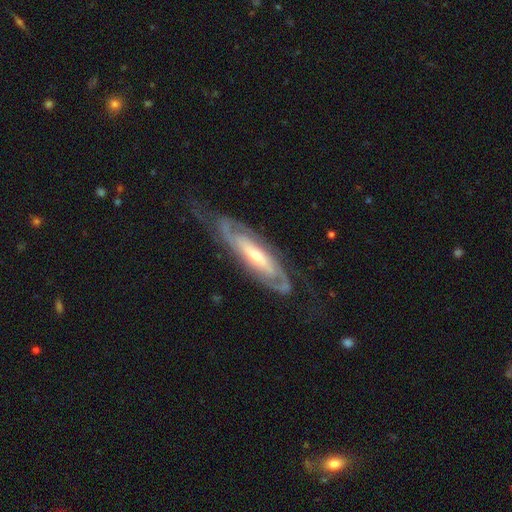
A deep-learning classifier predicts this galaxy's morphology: Smooth or featured? Predicted: featured or disk (p=0.86). Edge-on disk? Predicted: no (p=0.81). Bar? Predicted: no (p=0.43). Spiral arms? Predicted: yes (p=0.94). Spiral winding? Predicted: tight (p=0.58). Spiral arm count? Predicted: 2 (p=0.64). Bulge size? Predicted: small (p=0.49). Merging? Predicted: none (p=0.66).